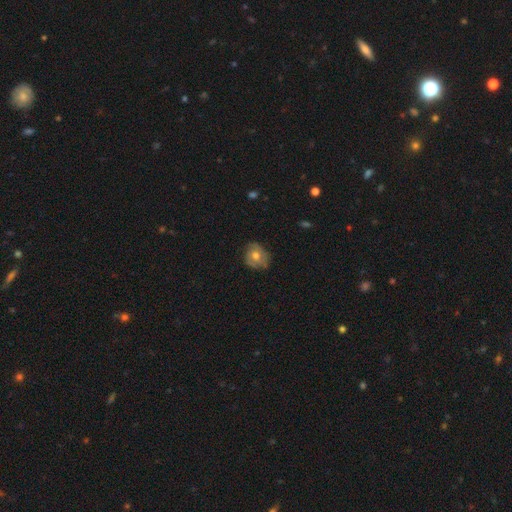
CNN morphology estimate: This appears to be a smooth galaxy with no disk features (51%) that is round (71%). Merging: none (68%).